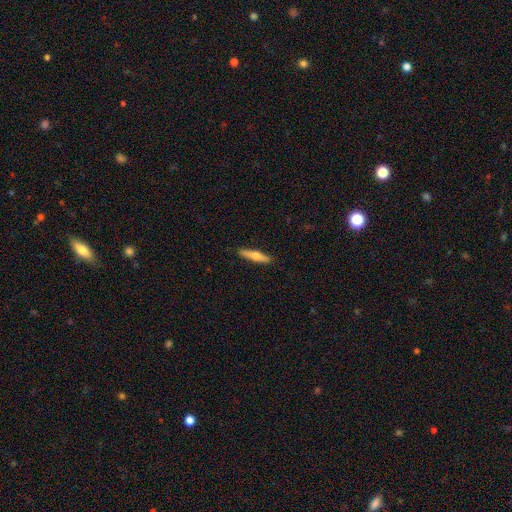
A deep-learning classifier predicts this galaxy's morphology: A smooth galaxy with no disk features (53%) that is cigar-shaped (84%). Merging: none (91%).